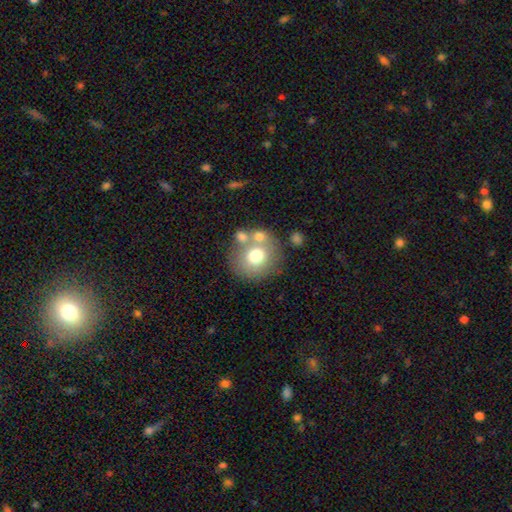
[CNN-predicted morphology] Overall: smooth (68%). How rounded: round (86%). Merging: none (60%; merger 22%).